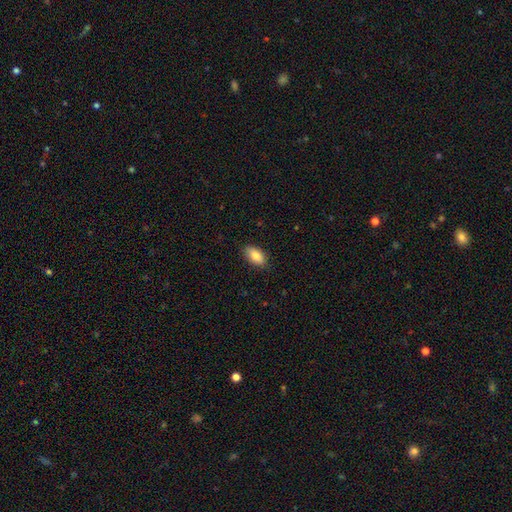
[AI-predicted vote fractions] smooth_or_featured: smooth (p=0.85) [alt: featured or disk p=0.08]
how_rounded: in between (p=0.92) [alt: cigar-shaped p=0.05]
merging: none (p=0.87) [alt: minor disturbance p=0.10]